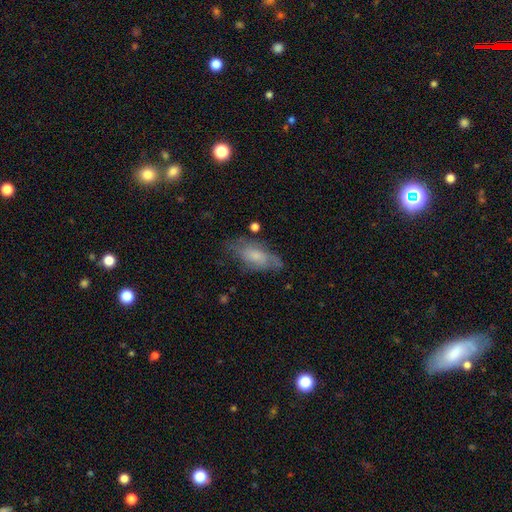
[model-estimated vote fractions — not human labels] smooth_or_featured: smooth (p=0.54) [alt: featured or disk p=0.38]
how_rounded: in between (p=0.84) [alt: cigar-shaped p=0.13]
merging: none (p=0.56) [alt: minor disturbance p=0.28]